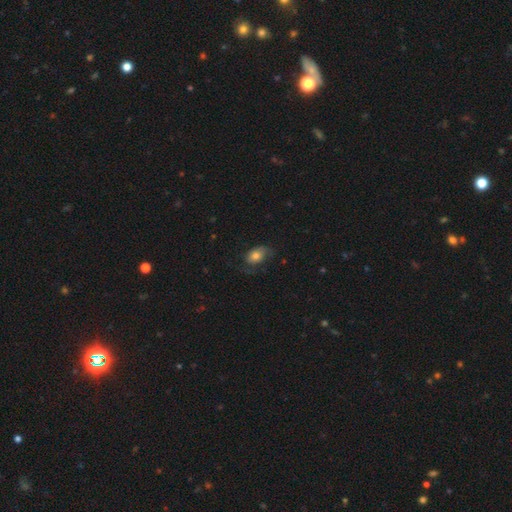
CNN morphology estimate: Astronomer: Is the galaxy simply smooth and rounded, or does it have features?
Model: smooth — 68%.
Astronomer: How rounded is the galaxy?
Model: in between — 83%.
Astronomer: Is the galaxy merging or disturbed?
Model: none — 52%.